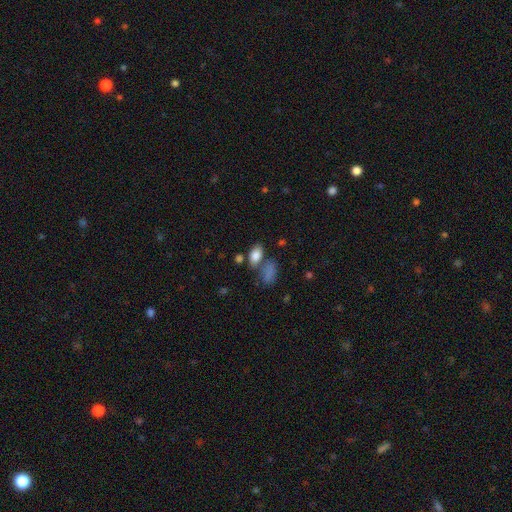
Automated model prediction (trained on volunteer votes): This is clearly a smooth galaxy (84%). How rounded: clearly in between (90%). Merging: possibly none (59%).